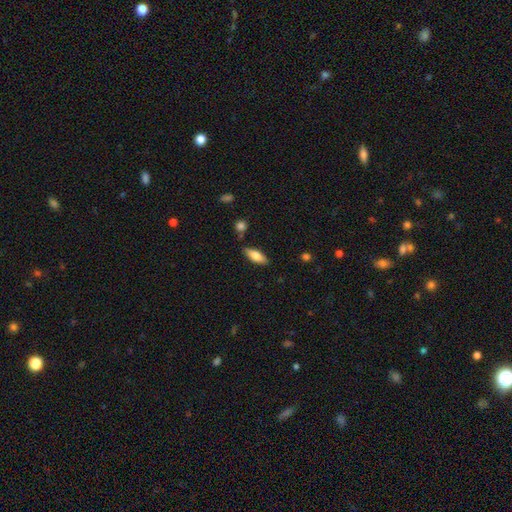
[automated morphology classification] smooth_or_featured: smooth (p=0.72) [alt: featured or disk p=0.22]
how_rounded: in between (p=0.68) [alt: cigar-shaped p=0.29]
merging: none (p=0.80) [alt: minor disturbance p=0.14]